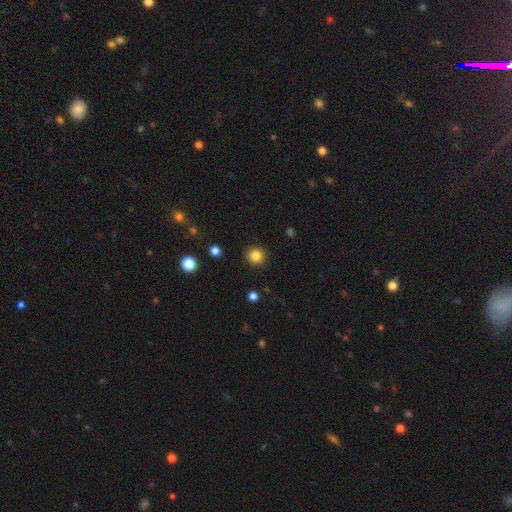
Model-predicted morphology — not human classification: This is clearly a smooth galaxy (84%). How rounded: clearly round (90%). Merging: clearly none (90%).